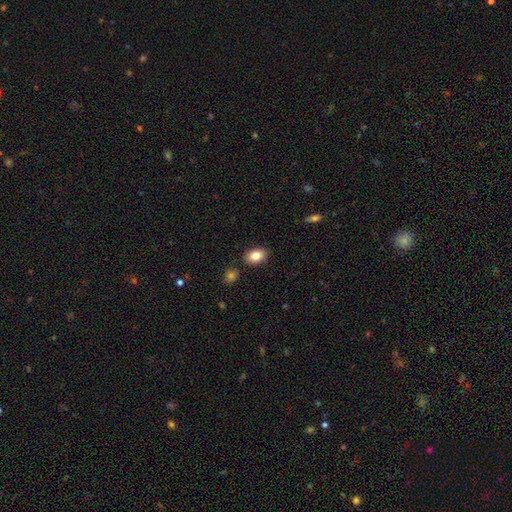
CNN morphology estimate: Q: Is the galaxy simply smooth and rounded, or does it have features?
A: smooth — 84%.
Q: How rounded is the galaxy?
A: in between — 86%.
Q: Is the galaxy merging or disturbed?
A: none — 86%.